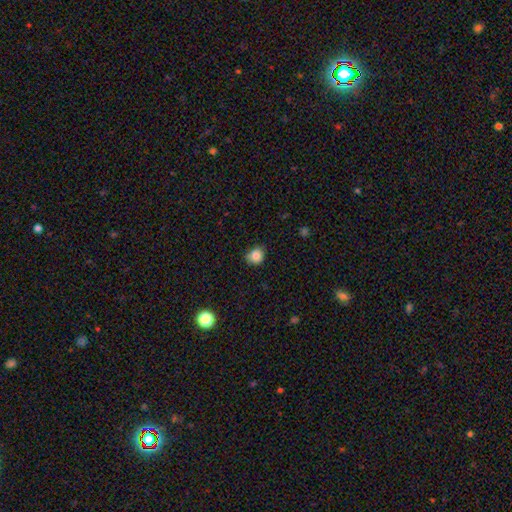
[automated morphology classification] Overall: smooth (84%). How rounded: round (76%). Merging: none (72%).